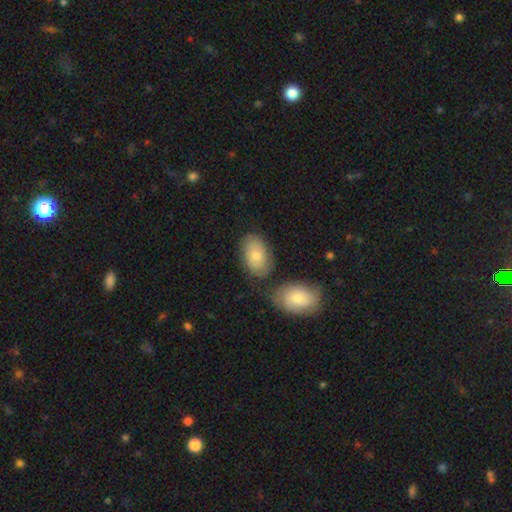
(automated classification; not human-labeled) Smooth or featured?
  - smooth: 63% *
  - featured or disk: 30%
  - star or artifact: 7%
How rounded?
  - in between: 89% *
  - round: 9%
  - cigar-shaped: 1%
Merging?
  - none: 66% *
  - merger: 15%
  - minor disturbance: 15%
  - major disturbance: 5%